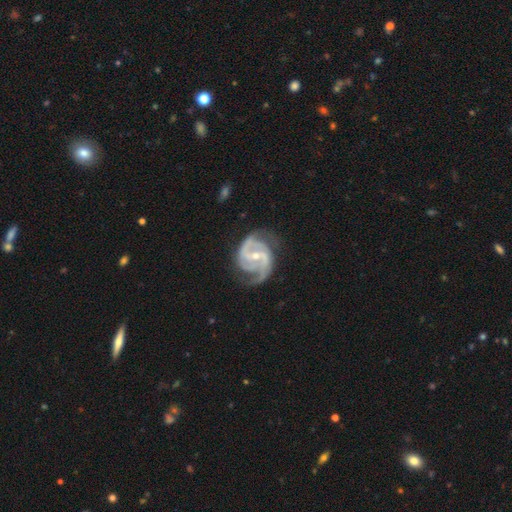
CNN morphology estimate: Smooth or featured? Predicted: featured or disk (p=0.93). Edge-on disk? Predicted: no (p=0.98). Bar? Predicted: weak (p=0.43). Spiral arms? Predicted: yes (p=0.98). Spiral winding? Predicted: medium (p=0.55). Spiral arm count? Predicted: 2 (p=0.60). Bulge size? Predicted: small (p=0.58). Merging? Predicted: none (p=0.68).